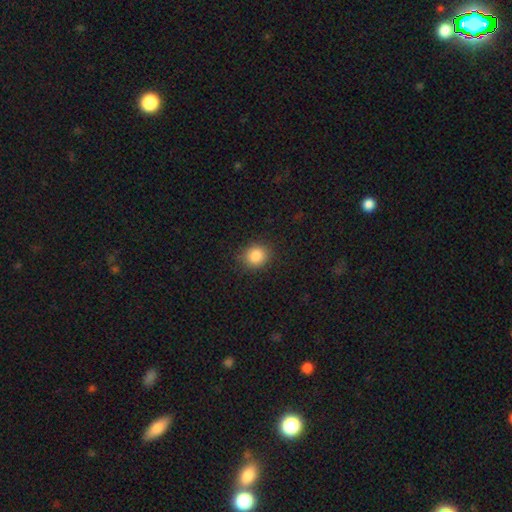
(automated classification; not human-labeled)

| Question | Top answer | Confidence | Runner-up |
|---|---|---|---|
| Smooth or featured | smooth | 86% | star or artifact (10%) |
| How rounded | round | 78% | in between (21%) |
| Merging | none | 88% | minor disturbance (9%) |